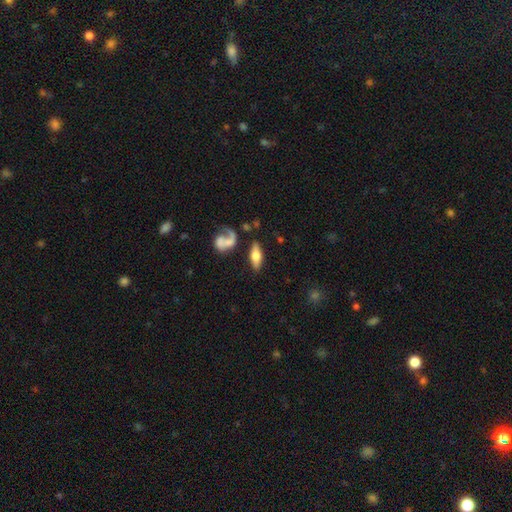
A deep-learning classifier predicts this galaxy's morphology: Overall: smooth (52%; featured or disk 41%). How rounded: in between (65%; cigar-shaped 30%). Merging: none (74%).